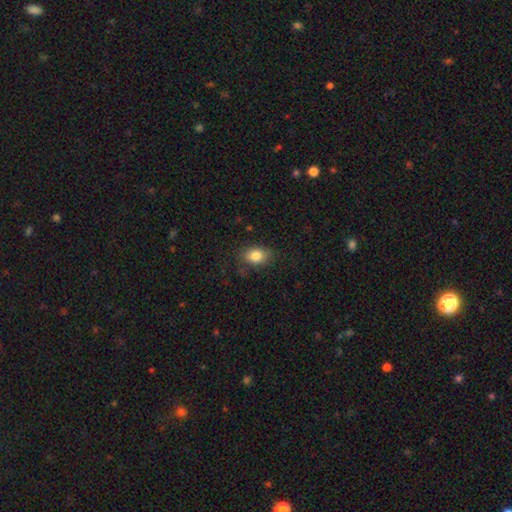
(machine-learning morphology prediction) Smooth or featured: smooth — 83% (star or artifact — 9%)
How rounded: in between — 73% (round — 25%)
Merging: none — 80% (minor disturbance — 14%)